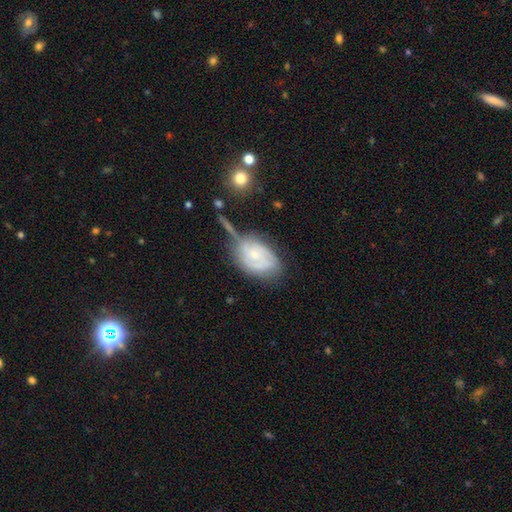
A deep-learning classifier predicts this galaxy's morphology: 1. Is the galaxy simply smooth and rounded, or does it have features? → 62% featured or disk, 30% smooth, 8% star or artifact.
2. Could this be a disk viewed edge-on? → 95% no, 5% yes.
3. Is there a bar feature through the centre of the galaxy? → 70% no, 26% weak, 4% strong.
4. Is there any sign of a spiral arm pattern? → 81% yes, 19% no.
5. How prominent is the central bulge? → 61% small, 32% moderate, 4% none, 2% large, 1% dominant.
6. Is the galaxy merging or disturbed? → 42% none, 28% minor disturbance, 17% major disturbance, 13% merger.